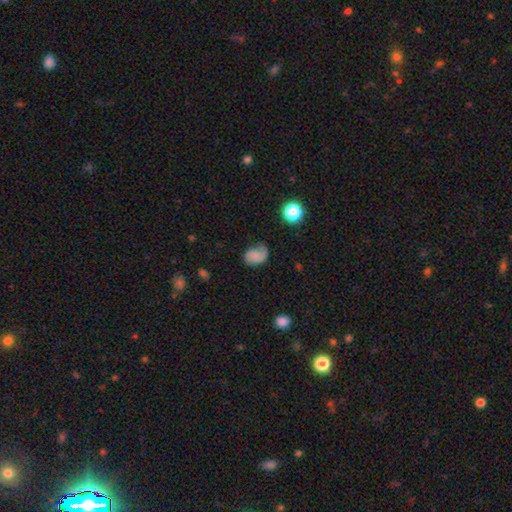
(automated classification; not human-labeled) A smooth galaxy with no disk features (59%) that is in between round and cigar-shaped (70%). Merging: none (57%).